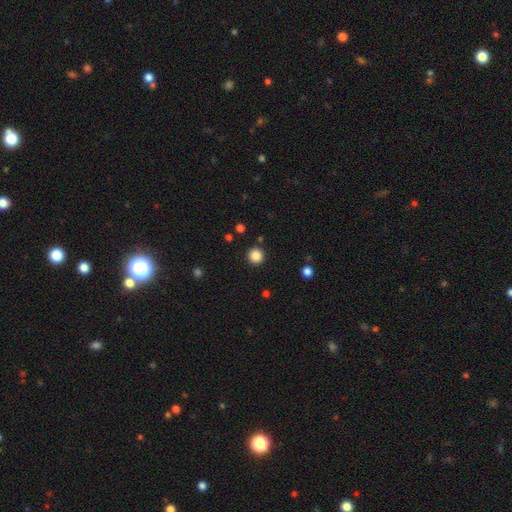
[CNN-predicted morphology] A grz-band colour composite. It shows a smooth galaxy with no disk features (86%) that is round (95%). Merging: none (91%).